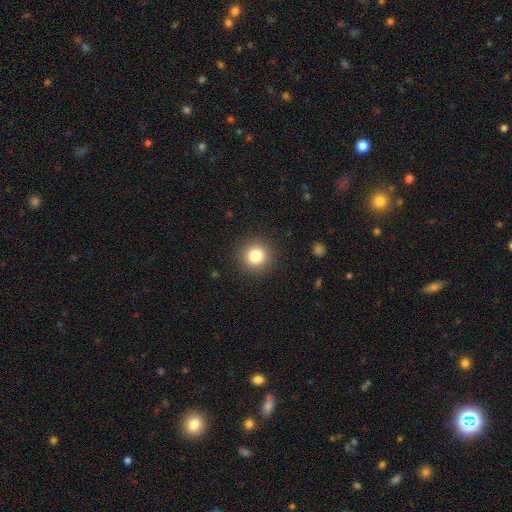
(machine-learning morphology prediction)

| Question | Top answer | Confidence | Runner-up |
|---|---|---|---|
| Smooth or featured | smooth | 82% | star or artifact (11%) |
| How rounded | round | 94% | in between (5%) |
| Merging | none | 91% | minor disturbance (6%) |